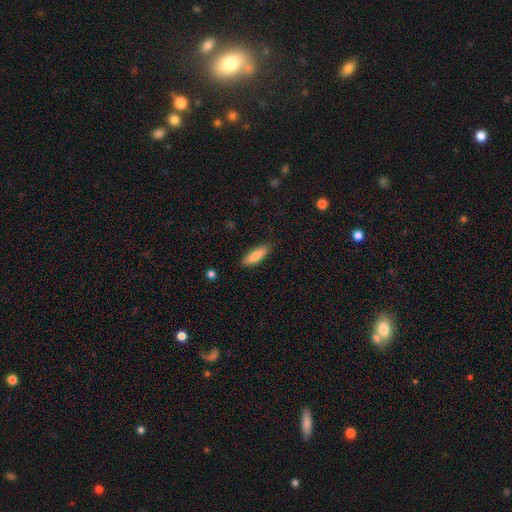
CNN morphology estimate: Smooth or featured?
  - smooth: 81% *
  - featured or disk: 12%
  - star or artifact: 6%
How rounded?
  - in between: 52% *
  - cigar-shaped: 46%
  - round: 2%
Merging?
  - none: 87% *
  - minor disturbance: 10%
  - major disturbance: 2%
  - merger: 1%